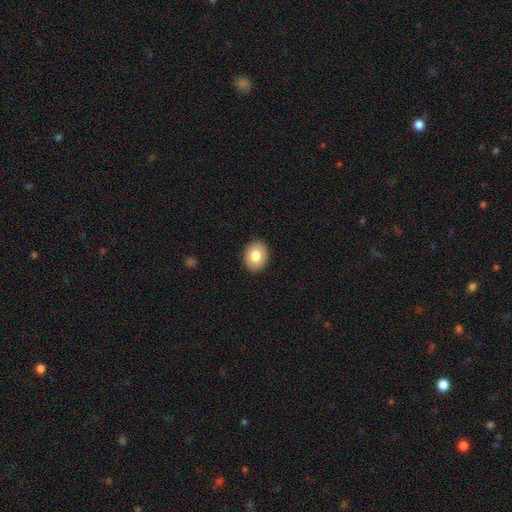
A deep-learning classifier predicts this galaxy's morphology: Smooth or featured?
  - smooth: 81% *
  - featured or disk: 11%
  - star or artifact: 8%
How rounded?
  - in between: 57% *
  - round: 42%
  - cigar-shaped: 1%
Merging?
  - none: 91% *
  - minor disturbance: 7%
  - major disturbance: 2%
  - merger: 1%